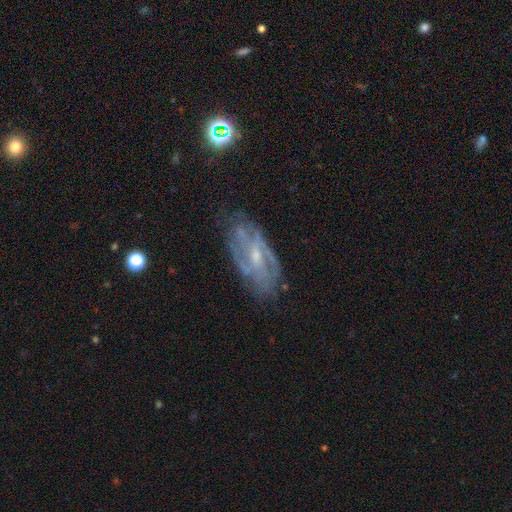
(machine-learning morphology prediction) Q: Smooth or featured?
A: featured or disk (79%); runner-up: smooth (12%)
Q: Edge-on disk?
A: no (92%); runner-up: yes (8%)
Q: Bar?
A: weak (49%); runner-up: no (37%)
Q: Spiral arms?
A: yes (86%); runner-up: no (14%)
Q: Spiral winding?
A: medium (42%); runner-up: tight (40%)
Q: Spiral arm count?
A: can't tell (38%); runner-up: 2 (35%)
Q: Bulge size?
A: small (60%); runner-up: moderate (32%)
Q: Merging?
A: none (68%); runner-up: minor disturbance (21%)